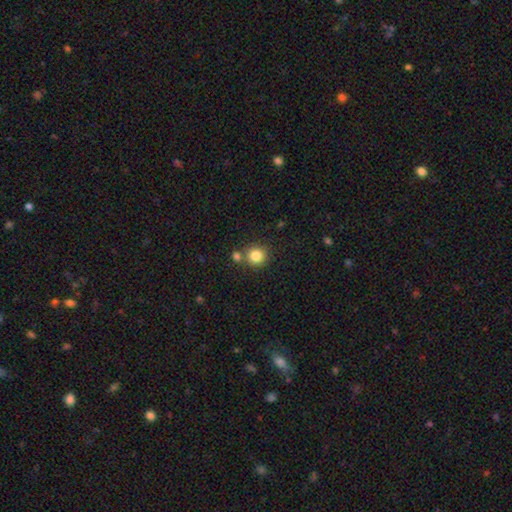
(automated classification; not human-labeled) This is clearly a smooth galaxy (83%). How rounded: clearly round (91%). Merging: likely none (70%).